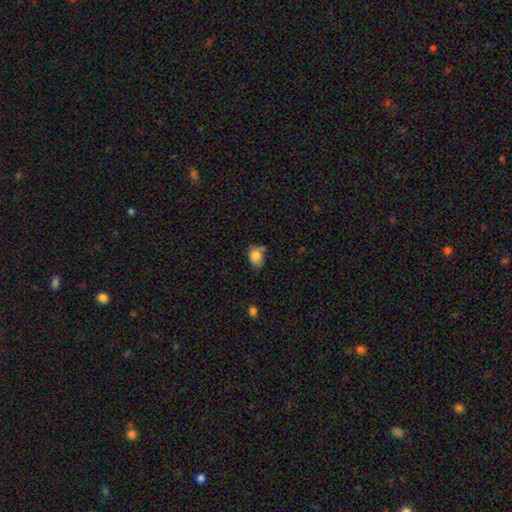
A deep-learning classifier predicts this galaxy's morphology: Q: Smooth or featured?
A: smooth (83%); runner-up: featured or disk (9%)
Q: How rounded?
A: in between (67%); runner-up: round (32%)
Q: Merging?
A: none (57%); runner-up: minor disturbance (28%)